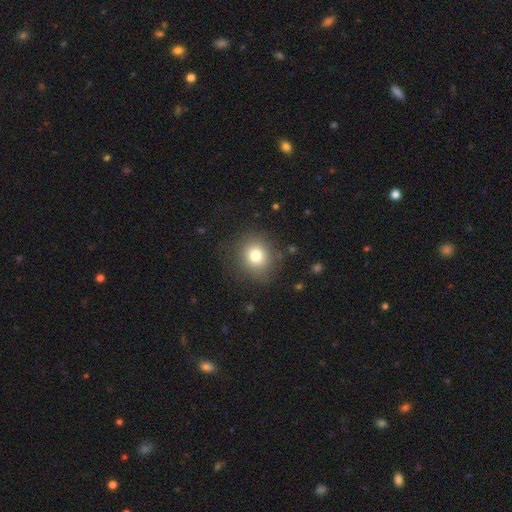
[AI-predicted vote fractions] Smooth or featured? Predicted: smooth (p=0.77). How rounded? Predicted: round (p=0.84). Merging? Predicted: none (p=0.85).